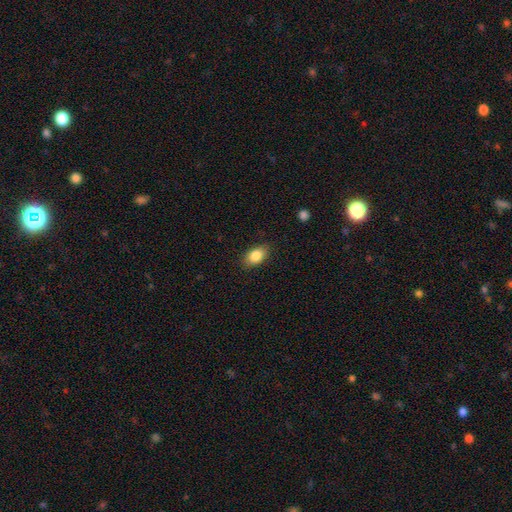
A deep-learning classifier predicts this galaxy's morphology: Smooth or featured? Predicted: smooth (p=0.86). How rounded? Predicted: in between (p=0.87). Merging? Predicted: none (p=0.85).